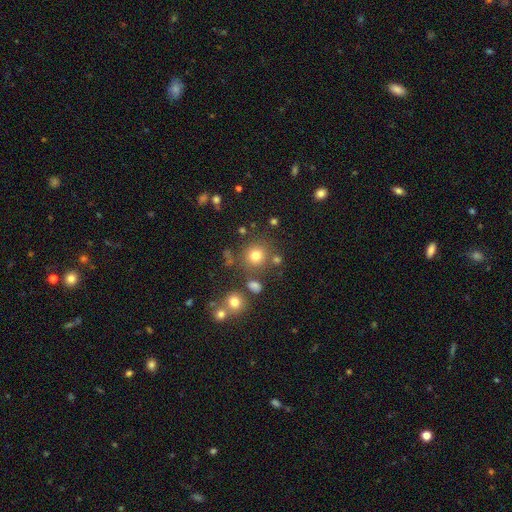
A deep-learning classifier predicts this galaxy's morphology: Smooth or featured? Predicted: smooth (p=0.76). How rounded? Predicted: round (p=0.91). Merging? Predicted: none (p=0.79).